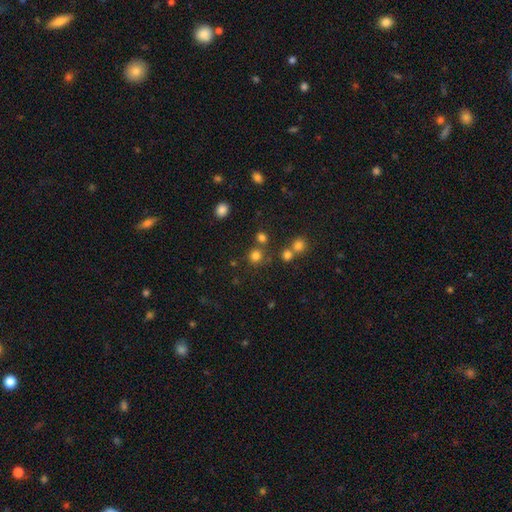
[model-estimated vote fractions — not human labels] A smooth galaxy with no disk features (76%) that is round (91%).

Vote fractions:
- Smooth or featured? smooth: 76% / star or artifact: 18% / featured or disk: 6%
- How rounded? round: 91% / in between: 8% / cigar-shaped: 1%
- Merging? none: 75% / merger: 14% / minor disturbance: 7% / major disturbance: 3%